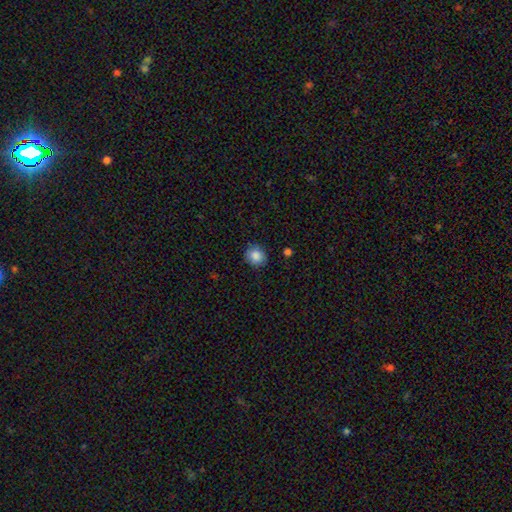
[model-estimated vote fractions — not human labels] smooth-or-featured: smooth: 87% | star or artifact: 9% | featured or disk: 4%
  how-rounded: round: 87% | in between: 12% | cigar-shaped: 1%
  merging: none: 88% | minor disturbance: 9% | major disturbance: 2% | merger: 1%